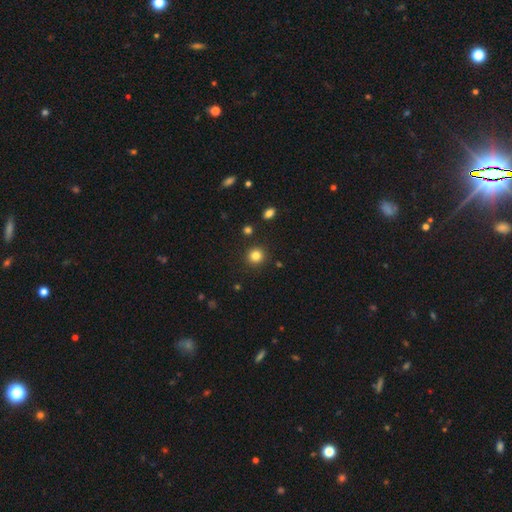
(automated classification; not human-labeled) Smooth or featured?
  - smooth: 83% *
  - star or artifact: 12%
  - featured or disk: 5%
How rounded?
  - round: 93% *
  - in between: 6%
  - cigar-shaped: 1%
Merging?
  - none: 90% *
  - minor disturbance: 6%
  - merger: 2%
  - major disturbance: 2%